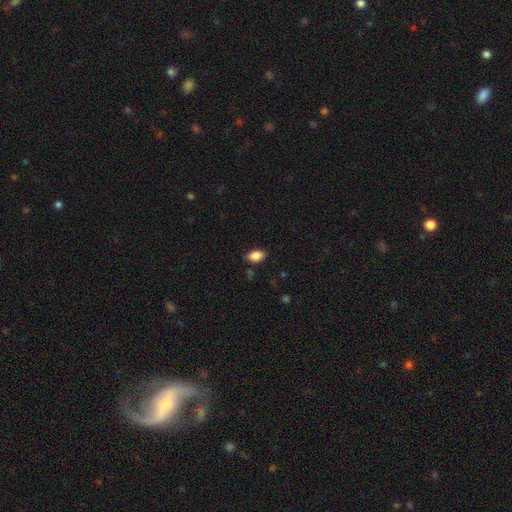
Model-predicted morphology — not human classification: The model was most divided on "merging": none: 83%, minor disturbance: 13%, major disturbance: 2%, merger: 2%. More confident: how rounded — in between (91%); smooth or featured — smooth (87%).